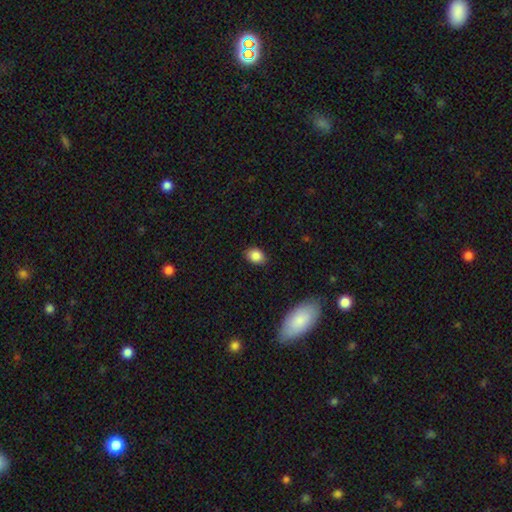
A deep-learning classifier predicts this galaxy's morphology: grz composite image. It shows a smooth galaxy with no disk features (86%) that is in between round and cigar-shaped (72%). Merging: none (87%).